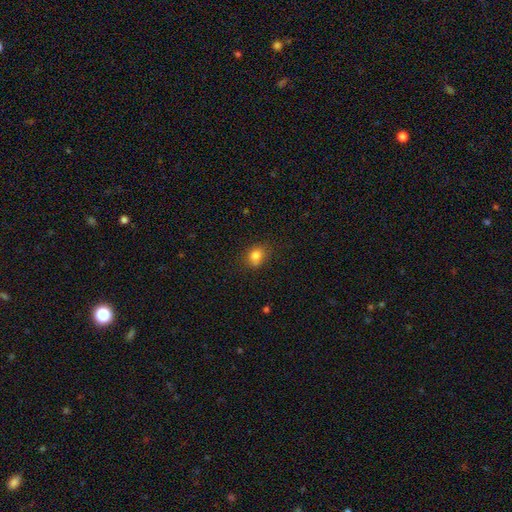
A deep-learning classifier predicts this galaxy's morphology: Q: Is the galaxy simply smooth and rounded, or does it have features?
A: smooth — 81%.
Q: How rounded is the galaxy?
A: round — 58%.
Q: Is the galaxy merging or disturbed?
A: none — 66%.